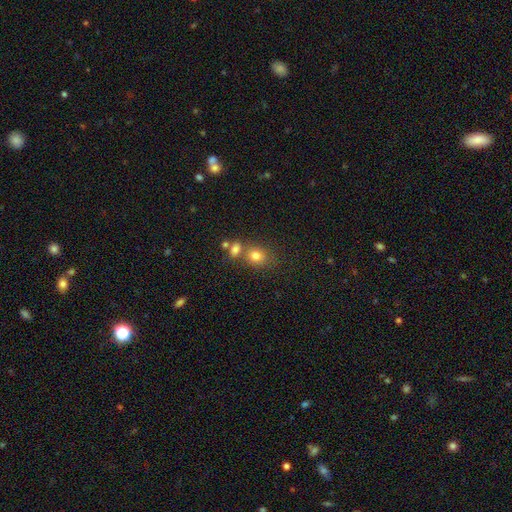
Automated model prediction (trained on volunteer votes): This appears to be a smooth galaxy with no disk features (78%) that is round (63%). Merging: none (53%).